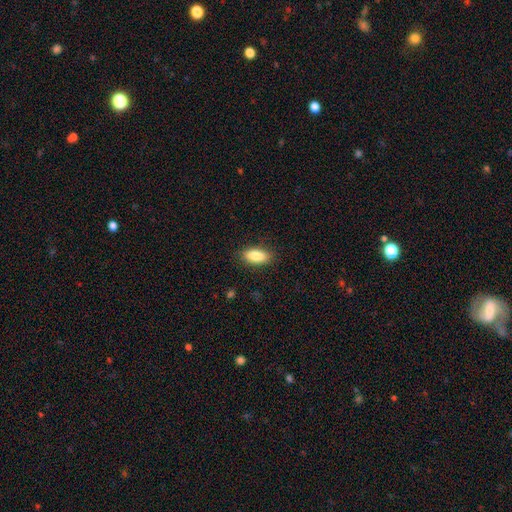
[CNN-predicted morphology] This appears to be a smooth galaxy with no disk features (87%) that is in between round and cigar-shaped (86%). Merging: none (86%).